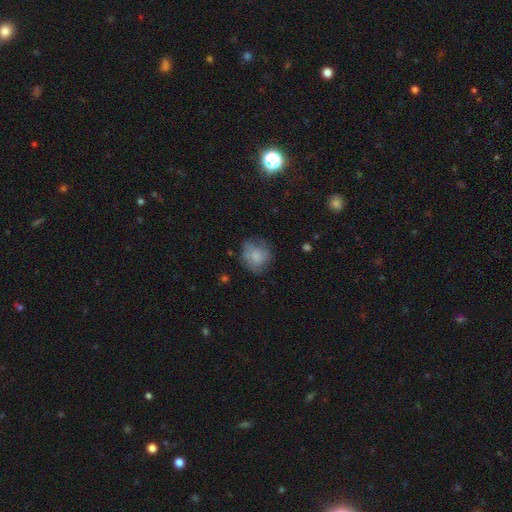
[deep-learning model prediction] A smooth galaxy with no disk features (72%) that is round (71%). Merging: none (59%).